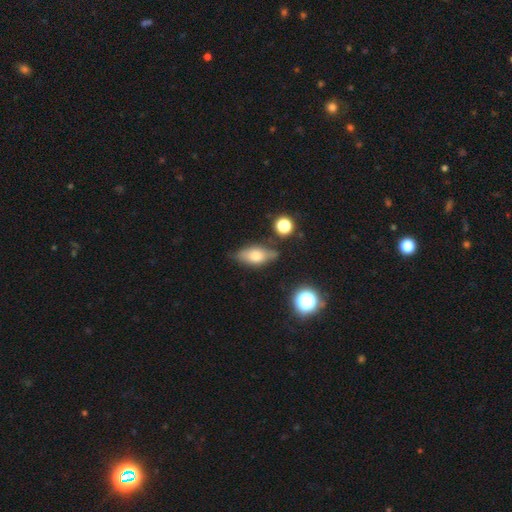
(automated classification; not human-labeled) This is possibly a smooth galaxy (56%). How rounded: likely in between (74%). Merging: likely none (73%).